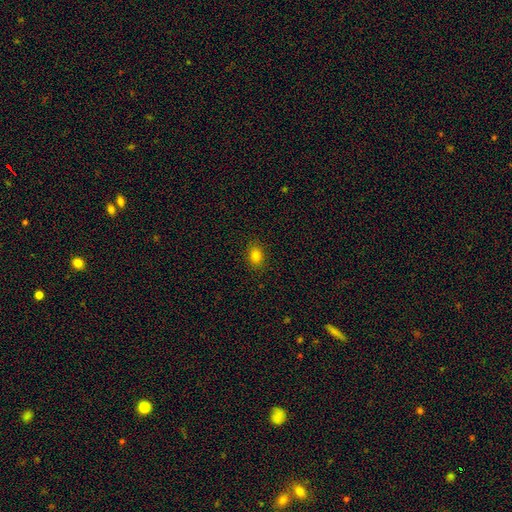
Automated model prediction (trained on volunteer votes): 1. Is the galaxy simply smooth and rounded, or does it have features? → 82% smooth, 13% star or artifact, 6% featured or disk.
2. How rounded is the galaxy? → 68% in between, 30% round, 1% cigar-shaped.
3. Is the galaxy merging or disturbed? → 88% none, 9% minor disturbance, 2% major disturbance, 1% merger.